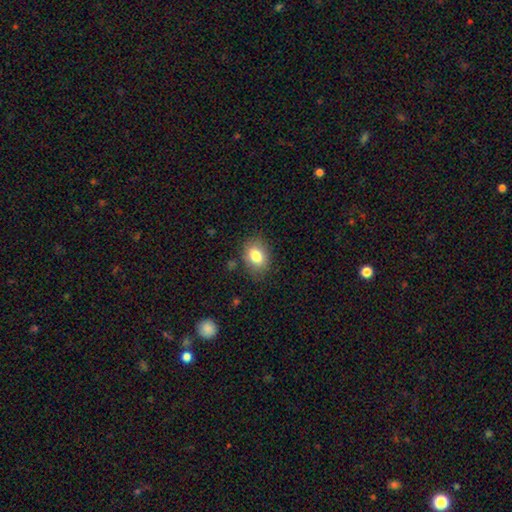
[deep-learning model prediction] This is clearly a smooth galaxy (80%). How rounded: likely in between (67%). Merging: clearly none (81%).